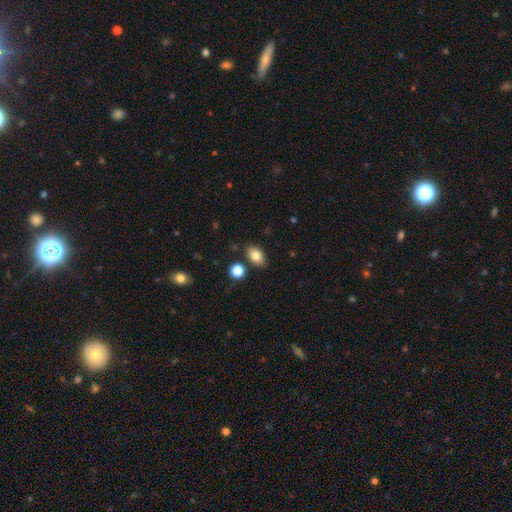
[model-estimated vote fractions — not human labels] smooth-or-featured: smooth: 82% | star or artifact: 9% | featured or disk: 9%
  how-rounded: in between: 82% | round: 17% | cigar-shaped: 1%
  merging: none: 82% | minor disturbance: 11% | merger: 5% | major disturbance: 3%